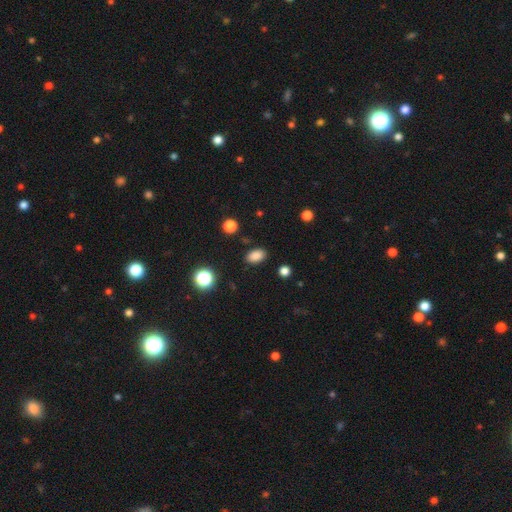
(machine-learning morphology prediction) smooth 85%, star or artifact 11%, featured or disk 4%. Down the decision tree: how rounded — in between (87%); merging — none (87%).